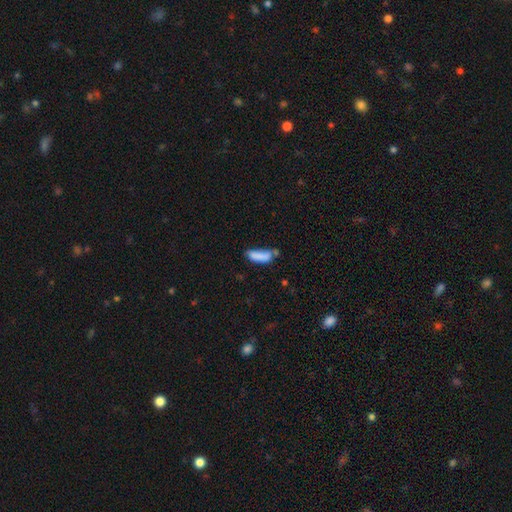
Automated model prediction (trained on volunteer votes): Overall: smooth (79%). How rounded: in between (64%; cigar-shaped 34%). Merging: none (36%; minor disturbance 30%).